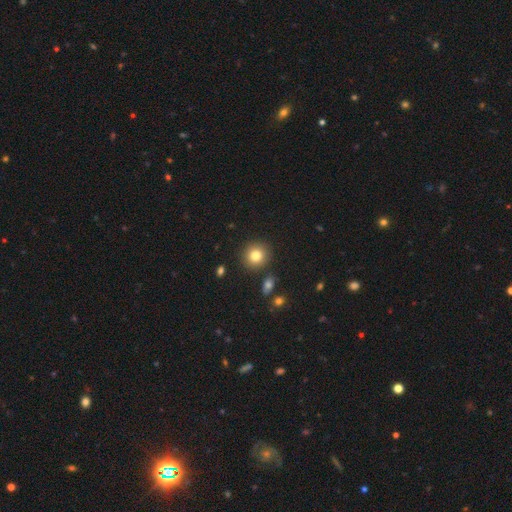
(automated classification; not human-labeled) Q: Smooth or featured?
A: smooth (82%); runner-up: star or artifact (10%)
Q: How rounded?
A: round (91%); runner-up: in between (8%)
Q: Merging?
A: none (88%); runner-up: minor disturbance (6%)